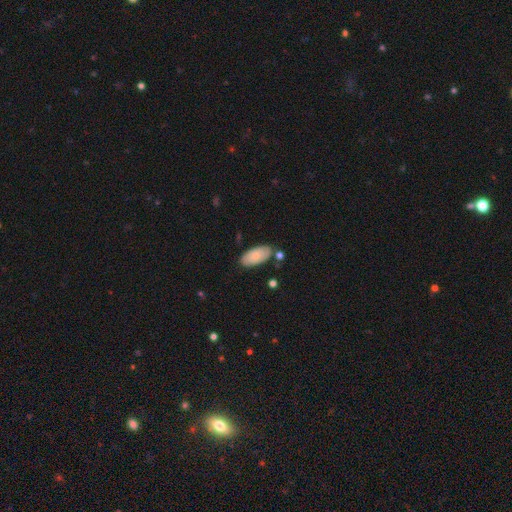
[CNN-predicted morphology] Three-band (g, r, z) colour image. It shows a smooth galaxy with no disk features (73%) that is in between round and cigar-shaped (94%). Merging: none (77%).